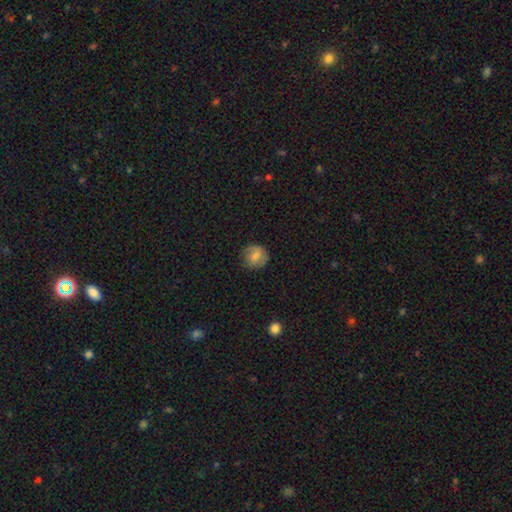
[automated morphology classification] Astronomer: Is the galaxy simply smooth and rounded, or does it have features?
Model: smooth — 71%.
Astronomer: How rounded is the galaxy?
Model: round — 86%.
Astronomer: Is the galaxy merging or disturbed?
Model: none — 77%.